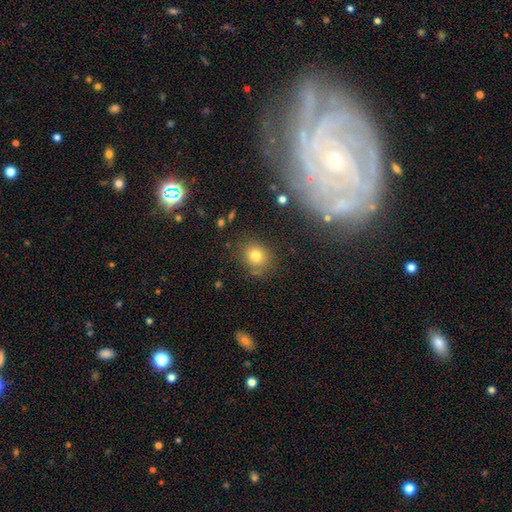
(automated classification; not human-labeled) This is likely a smooth galaxy (77%). How rounded: likely round (72%). Merging: likely none (79%).